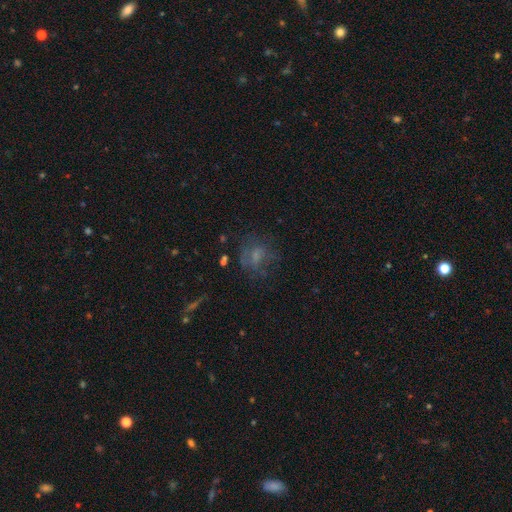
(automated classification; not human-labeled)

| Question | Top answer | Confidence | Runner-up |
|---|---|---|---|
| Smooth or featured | smooth | 47% | featured or disk (34%) |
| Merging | none | 54% | major disturbance (23%) |